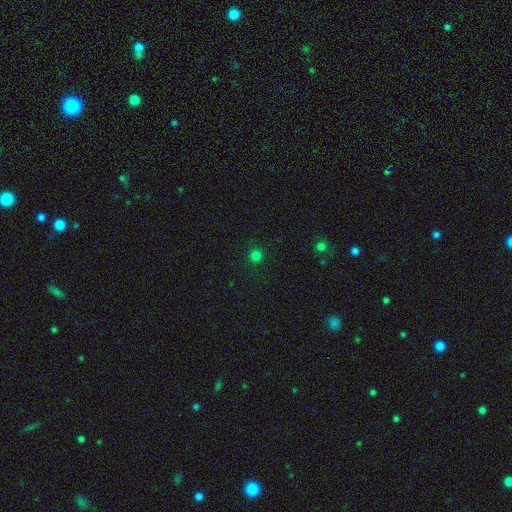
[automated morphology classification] Smooth or featured? smooth (77%)
How rounded? round (94%)
Merging? none (91%)